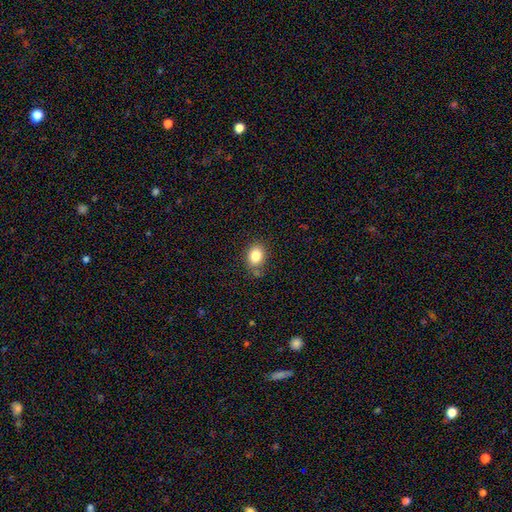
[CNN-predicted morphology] smooth 83%, star or artifact 10%, featured or disk 7%. Down the decision tree: how rounded — in between (55%); merging — none (72%).